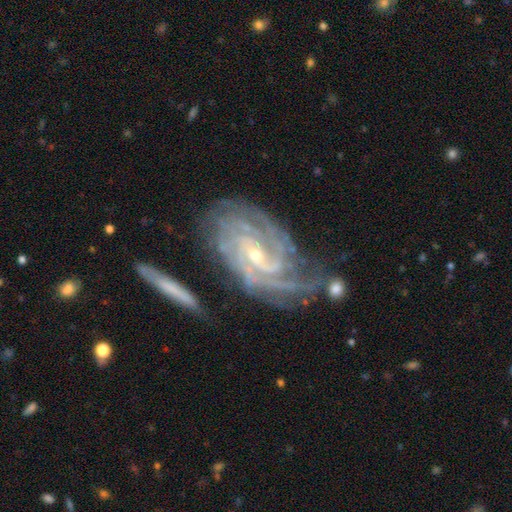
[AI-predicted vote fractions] Smooth or featured?
  - featured or disk: 91% *
  - star or artifact: 5%
  - smooth: 4%
Edge-on disk?
  - no: 96% *
  - yes: 4%
Bar?
  - no: 51% *
  - weak: 36%
  - strong: 13%
Spiral arms?
  - yes: 98% *
  - no: 2%
Spiral winding?
  - tight: 65% *
  - medium: 30%
  - loose: 5%
Spiral arm count?
  - 3: 24% * (tied)
  - 4: 24% * (tied)
  - can't tell: 21%
  - 2: 16%
  - more than 4: 9%
  - 1: 7%
Bulge size?
  - small: 74% *
  - moderate: 22%
  - none: 1%
  - large: 1%
  - dominant: 1%
Merging?
  - none: 57% *
  - minor disturbance: 25%
  - major disturbance: 13%
  - merger: 5%